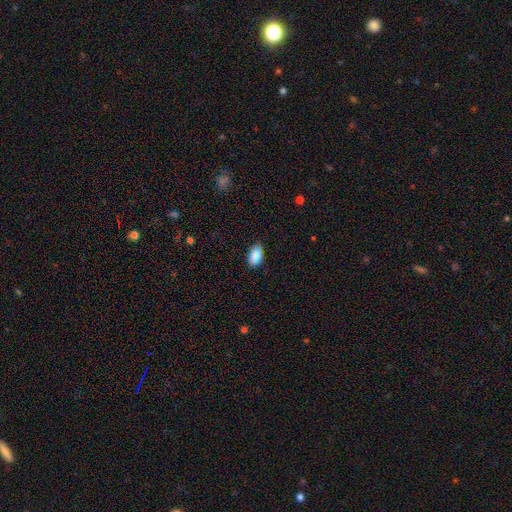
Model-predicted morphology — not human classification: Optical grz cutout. It shows a smooth galaxy with no disk features (87%) that is in between round and cigar-shaped (93%). Merging: none (74%).